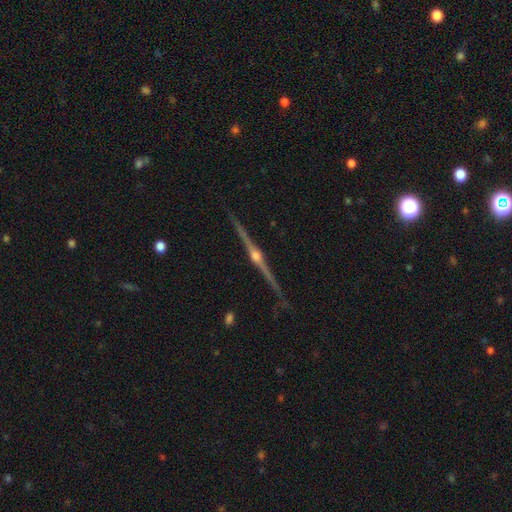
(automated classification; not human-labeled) A featured or disk galaxy (90%) viewed edge-on (99%) with a rounded central bulge (95%).

Vote fractions:
- Smooth or featured? featured or disk: 90% / star or artifact: 5% / smooth: 4%
- Edge-on disk? yes: 99% / no: 1%
- Edge-on bulge? rounded: 95% / boxy: 2% / none: 2%
- Merging? none: 90% / minor disturbance: 7% / major disturbance: 1% / merger: 1%